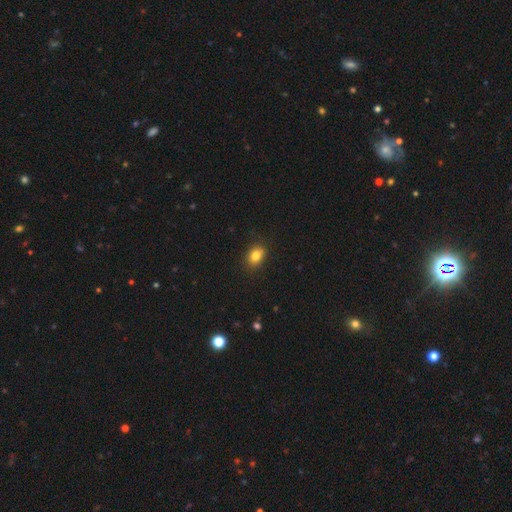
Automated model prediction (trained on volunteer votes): Smooth or featured? smooth (83%)
How rounded? in between (68%)
Merging? none (86%)